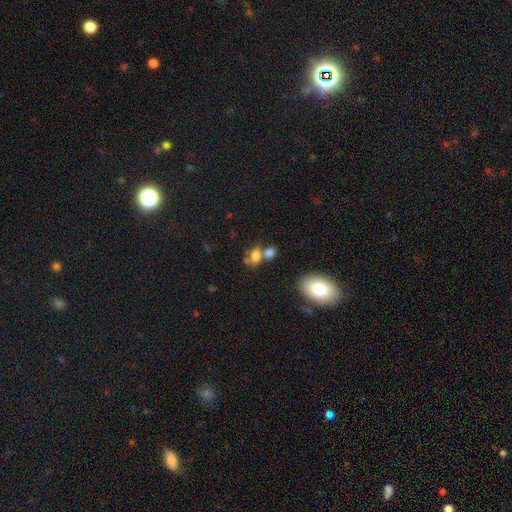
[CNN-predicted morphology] This appears to be a smooth galaxy with no disk features (73%) that is in between round and cigar-shaped (71%). Merging: merger (49%).